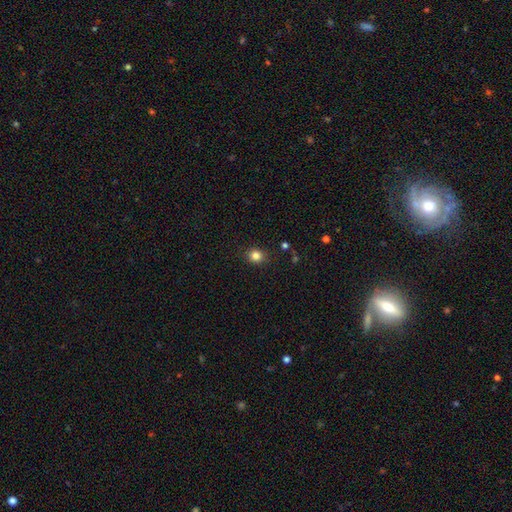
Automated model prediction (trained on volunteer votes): Smooth or featured? smooth (83%)
How rounded? round (73%)
Merging? none (88%)